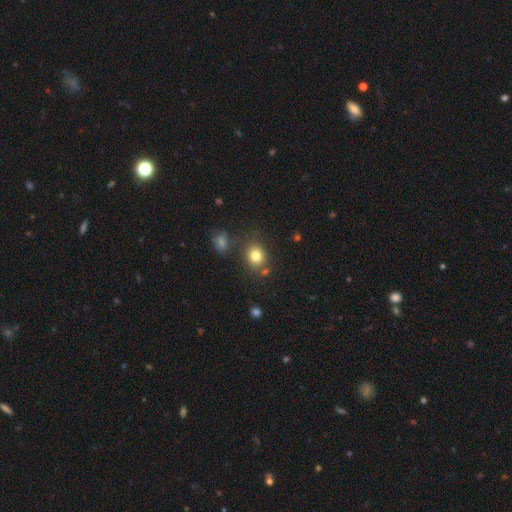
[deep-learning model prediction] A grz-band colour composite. It shows a smooth galaxy with no disk features (81%) that is round (72%). Merging: none (74%).